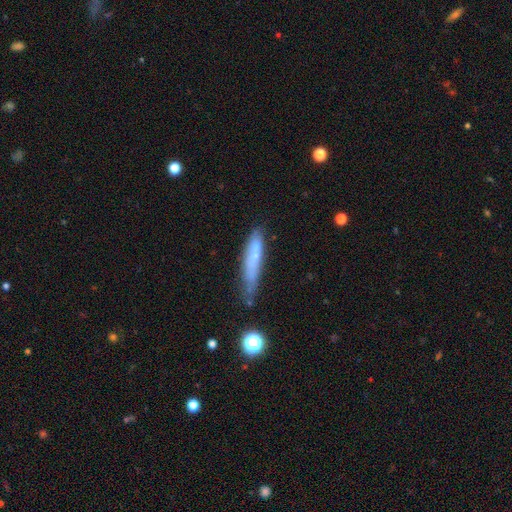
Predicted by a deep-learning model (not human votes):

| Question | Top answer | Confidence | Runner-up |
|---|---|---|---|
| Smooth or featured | smooth | 58% | featured or disk (33%) |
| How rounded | cigar-shaped | 86% | in between (12%) |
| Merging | none | 52% | minor disturbance (28%) |